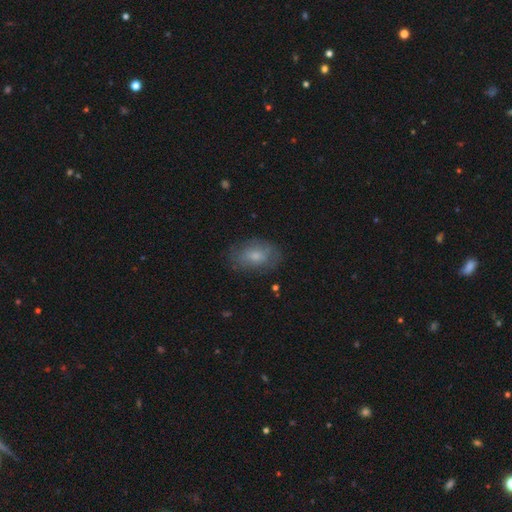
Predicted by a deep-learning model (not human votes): The model was most divided on "smooth or featured": smooth: 67%, featured or disk: 25%, star or artifact: 8%. More confident: how rounded — in between (85%); merging — none (73%).